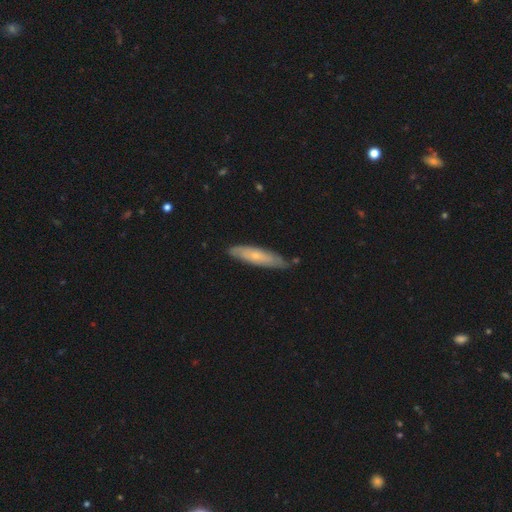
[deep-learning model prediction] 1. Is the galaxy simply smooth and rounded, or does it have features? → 48% featured or disk, 46% smooth, 6% star or artifact.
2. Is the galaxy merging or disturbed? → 76% none, 19% minor disturbance, 3% major disturbance, 2% merger.